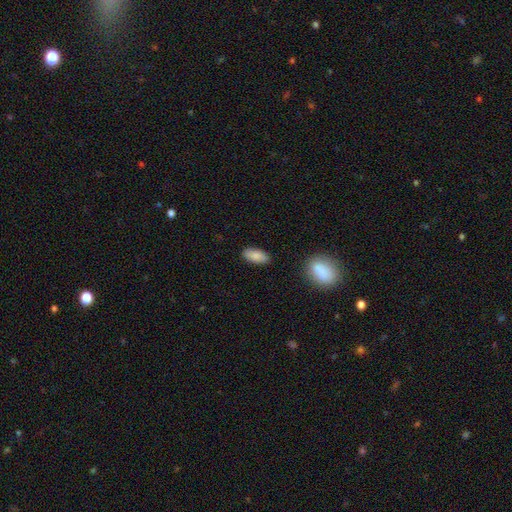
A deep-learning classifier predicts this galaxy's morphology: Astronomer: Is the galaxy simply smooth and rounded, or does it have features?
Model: smooth — 85%.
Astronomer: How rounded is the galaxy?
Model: in between — 88%.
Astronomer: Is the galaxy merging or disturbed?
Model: none — 86%.